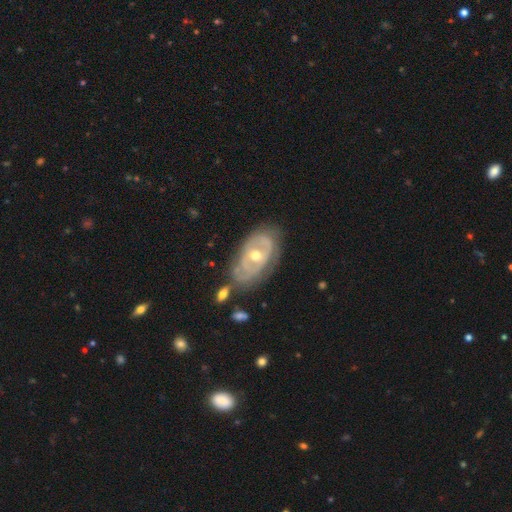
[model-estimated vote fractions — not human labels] Smooth or featured? Predicted: featured or disk (p=0.78). Edge-on disk? Predicted: no (p=0.94). Bar? Predicted: no (p=0.65). Spiral arms? Predicted: yes (p=0.62). Bulge size? Predicted: moderate (p=0.68). Merging? Predicted: none (p=0.61).